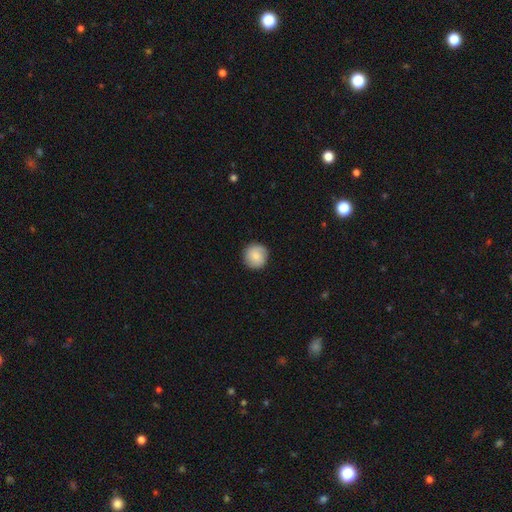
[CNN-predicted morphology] Smooth or featured? Predicted: smooth (p=0.83). How rounded? Predicted: round (p=0.94). Merging? Predicted: none (p=0.89).